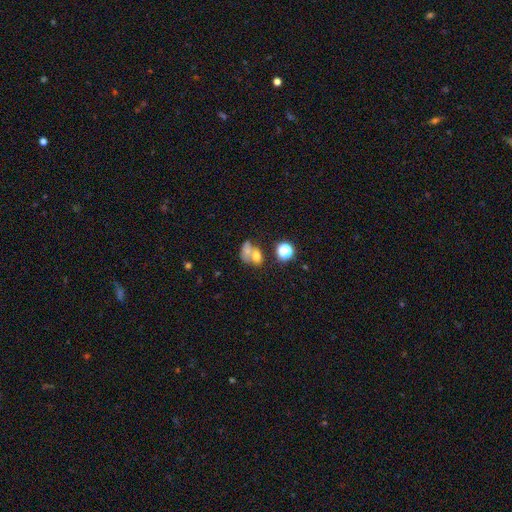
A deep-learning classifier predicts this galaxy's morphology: Smooth or featured: smooth — 61% (featured or disk — 22%)
How rounded: in between — 56% (round — 42%)
Merging: merger — 57% (none — 23%)